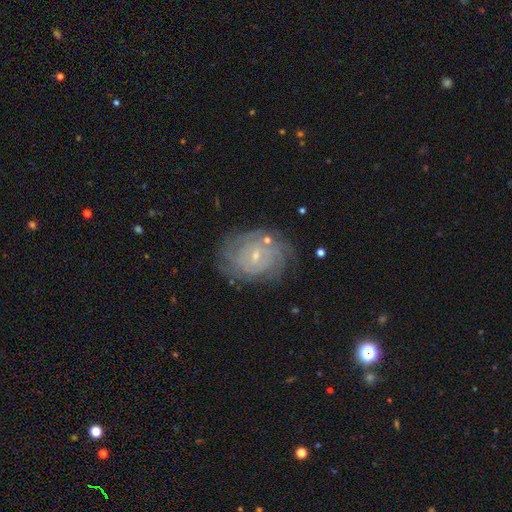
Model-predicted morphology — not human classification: Q: Smooth or featured?
A: featured or disk (78%); runner-up: smooth (13%)
Q: Edge-on disk?
A: no (97%); runner-up: yes (3%)
Q: Bar?
A: no (56%); runner-up: weak (37%)
Q: Spiral arms?
A: yes (92%); runner-up: no (8%)
Q: Spiral winding?
A: tight (74%); runner-up: medium (20%)
Q: Spiral arm count?
A: can't tell (45%); runner-up: 2 (17%)
Q: Bulge size?
A: small (79%); runner-up: moderate (17%)
Q: Merging?
A: none (74%); runner-up: minor disturbance (17%)